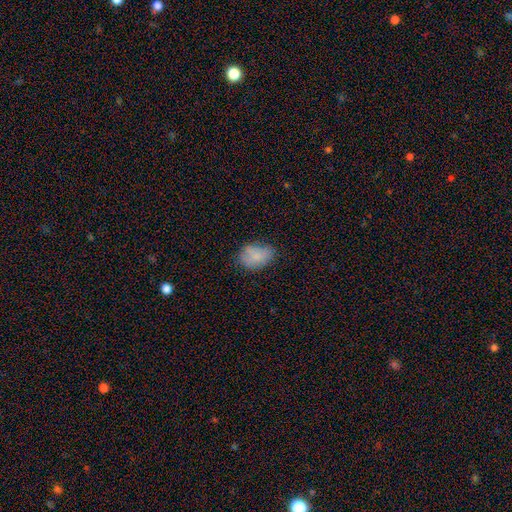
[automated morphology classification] This appears to be a smooth galaxy with no disk features (79%) that is in between round and cigar-shaped (75%). Merging: none (63%).